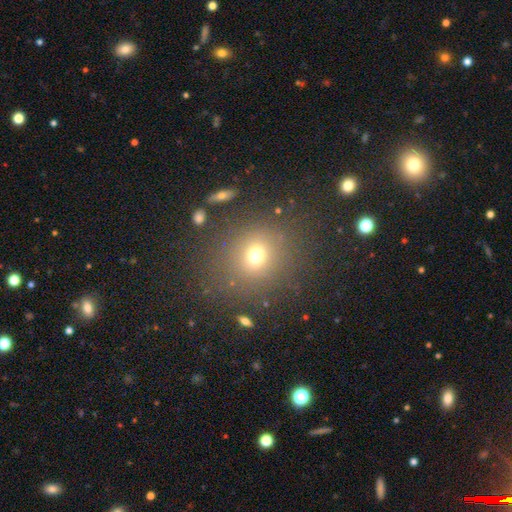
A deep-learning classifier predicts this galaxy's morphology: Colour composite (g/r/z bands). It shows a smooth galaxy with no disk features (69%) that is round (75%). Merging: none (81%).